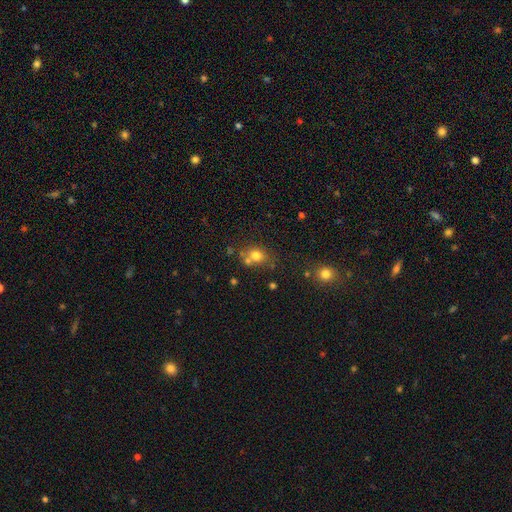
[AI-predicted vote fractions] smooth_or_featured: smooth (p=0.73) [alt: star or artifact p=0.15]
how_rounded: round (p=0.64) [alt: in between p=0.35]
merging: none (p=0.55) [alt: merger p=0.27]